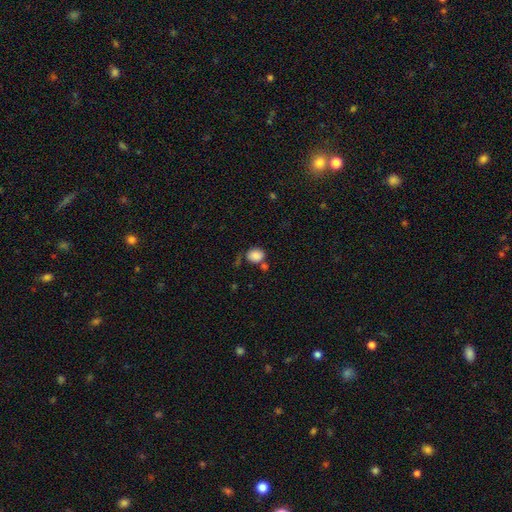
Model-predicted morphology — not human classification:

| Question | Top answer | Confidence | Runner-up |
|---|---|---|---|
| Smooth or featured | smooth | 85% | star or artifact (9%) |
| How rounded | round | 56% | in between (43%) |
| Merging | none | 56% | minor disturbance (19%) |